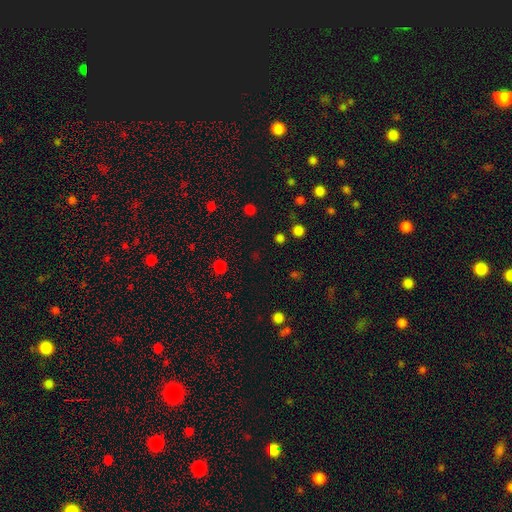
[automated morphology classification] This is possibly a smooth galaxy (53%). How rounded: clearly round (84%). Merging: clearly none (83%).